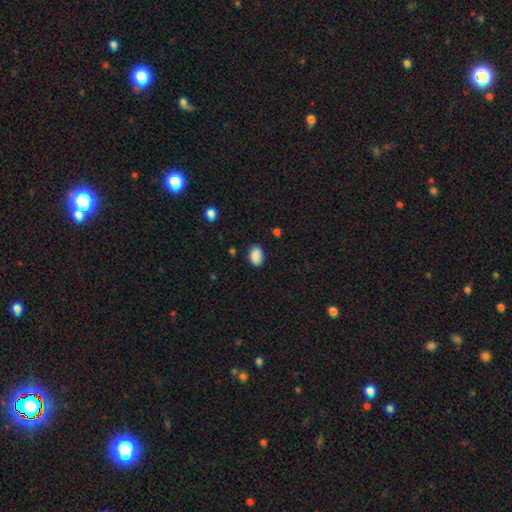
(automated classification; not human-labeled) Smooth or featured: smooth — 88% (star or artifact — 8%)
How rounded: in between — 80% (round — 19%)
Merging: none — 82% (minor disturbance — 14%)